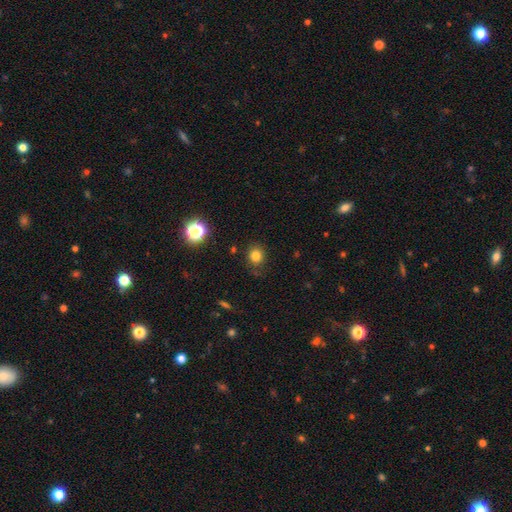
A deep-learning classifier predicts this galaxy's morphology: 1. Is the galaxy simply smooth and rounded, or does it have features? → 79% smooth, 15% star or artifact, 6% featured or disk.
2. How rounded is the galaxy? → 80% round, 19% in between, 1% cigar-shaped.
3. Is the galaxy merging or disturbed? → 82% none, 13% minor disturbance, 4% major disturbance, 2% merger.